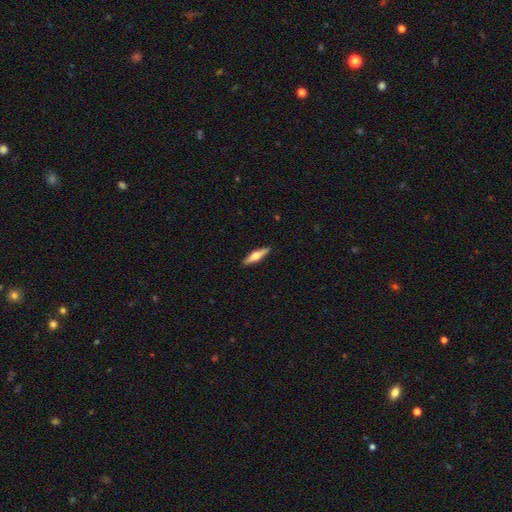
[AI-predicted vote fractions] Smooth or featured? featured or disk (52%)
Edge-on disk? yes (95%)
Merging? none (90%)